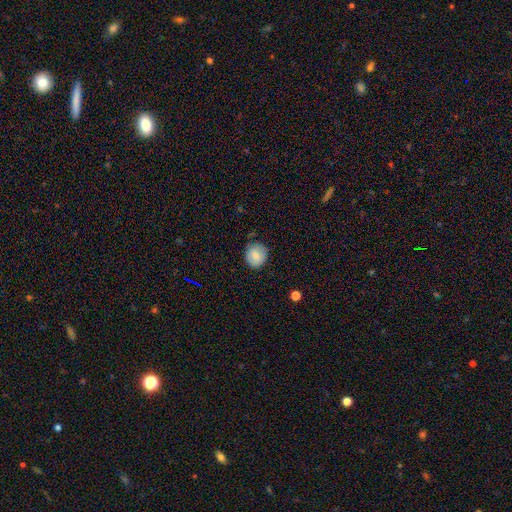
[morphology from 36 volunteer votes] Q: Smooth or featured?
A: smooth (75%); runner-up: featured or disk (22%)
Q: How rounded?
A: round (96%); runner-up: in between (4%)
Q: Merging?
A: none (74%); runner-up: minor disturbance (23%)